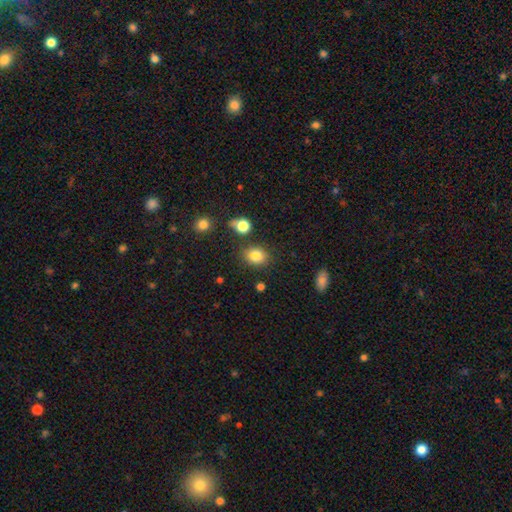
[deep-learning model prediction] Smooth or featured? Predicted: smooth (p=0.83). How rounded? Predicted: round (p=0.53). Merging? Predicted: none (p=0.78).